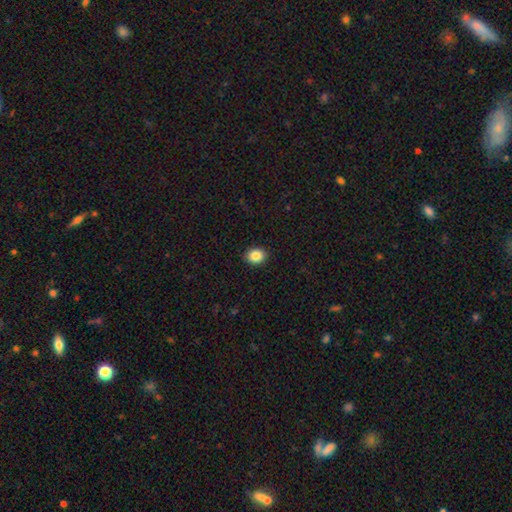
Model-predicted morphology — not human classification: type=smooth (86%); roundness=round (54%); merging=none (91%).